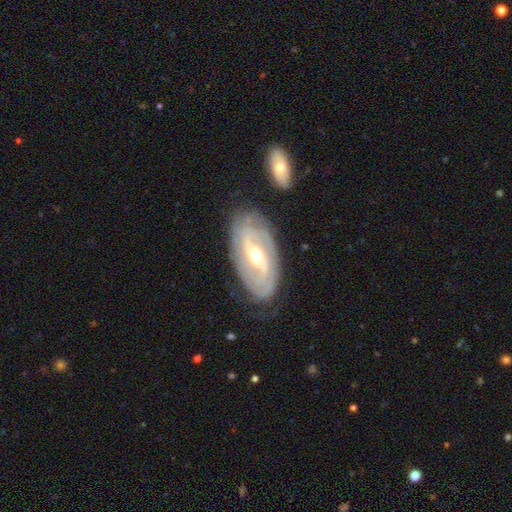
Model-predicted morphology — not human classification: Smooth or featured? featured or disk (85%)
Edge-on disk? no (94%)
Bar? weak (46%)
Spiral arms? yes (93%)
Spiral winding? tight (63%)
Spiral arm count? 2 (38%)
Bulge size? moderate (62%)
Merging? none (80%)